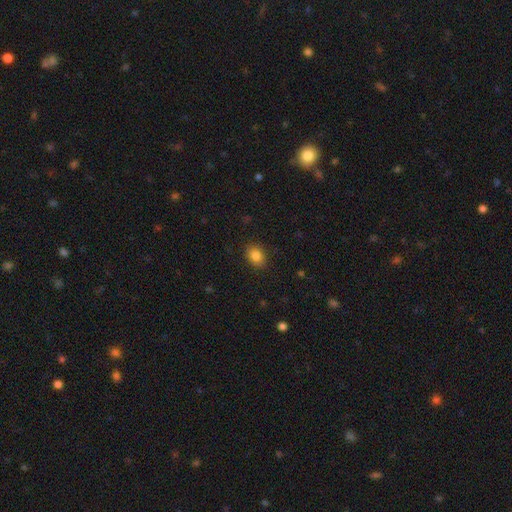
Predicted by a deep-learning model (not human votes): Smooth or featured?
  - smooth: 85% *
  - star or artifact: 10%
  - featured or disk: 5%
How rounded?
  - in between: 65% *
  - round: 34%
  - cigar-shaped: 1%
Merging?
  - none: 87% *
  - minor disturbance: 9%
  - major disturbance: 2%
  - merger: 1%